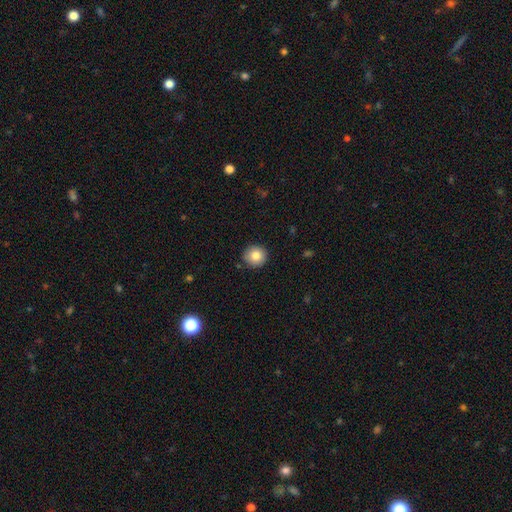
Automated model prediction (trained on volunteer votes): Overall: smooth (83%). How rounded: round (94%). Merging: none (90%).